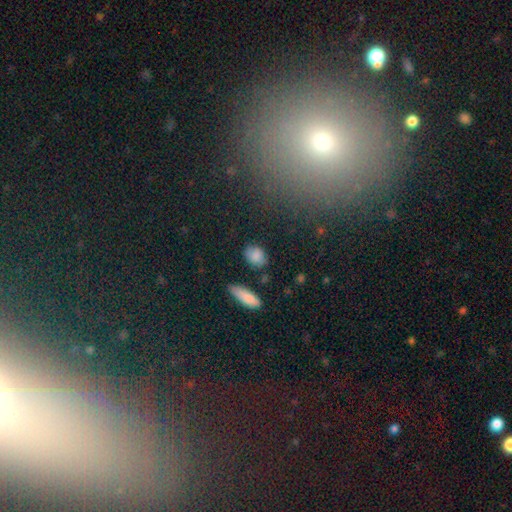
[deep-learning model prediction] Overall: smooth (82%). How rounded: in between (66%; round 30%). Merging: none (75%).